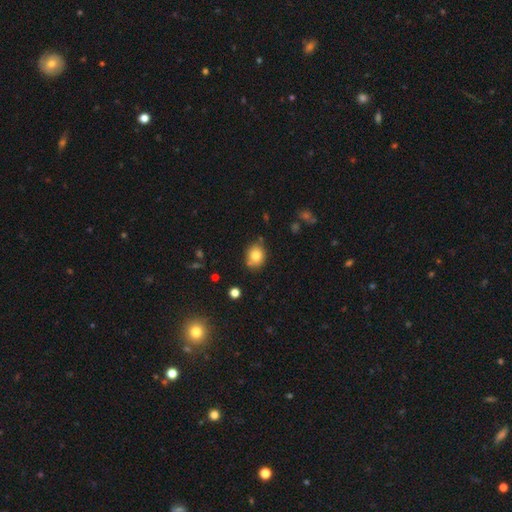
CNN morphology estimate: Smooth or featured: smooth — 79% (star or artifact — 11%)
How rounded: round — 58% (in between — 41%)
Merging: none — 78% (minor disturbance — 14%)